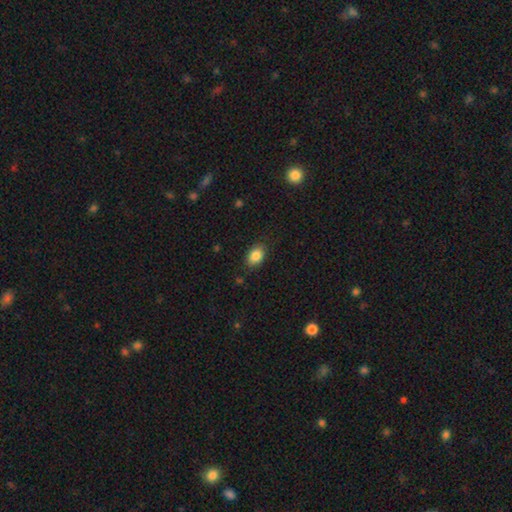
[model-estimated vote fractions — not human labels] A smooth galaxy with no disk features (86%) that is in between round and cigar-shaped (82%).

Vote fractions:
- Smooth or featured? smooth: 86% / star or artifact: 8% / featured or disk: 6%
- How rounded? in between: 82% / round: 16% / cigar-shaped: 1%
- Merging? none: 84% / minor disturbance: 12% / major disturbance: 3% / merger: 1%